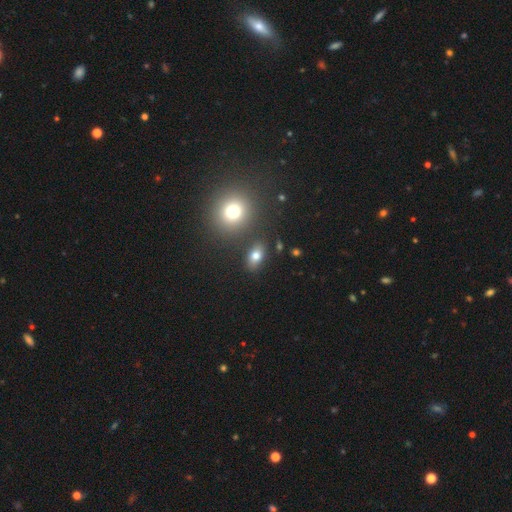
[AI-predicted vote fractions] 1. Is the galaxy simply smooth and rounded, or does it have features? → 76% smooth, 13% star or artifact, 11% featured or disk.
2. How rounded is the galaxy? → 80% in between, 17% round, 3% cigar-shaped.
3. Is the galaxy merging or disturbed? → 82% none, 10% minor disturbance, 5% merger, 3% major disturbance.